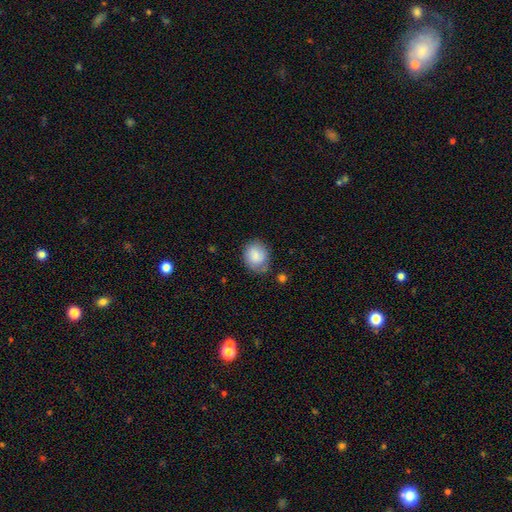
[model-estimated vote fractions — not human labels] smooth 80%, featured or disk 12%, star or artifact 7%. Down the decision tree: how rounded — round (67%); merging — none (68%).